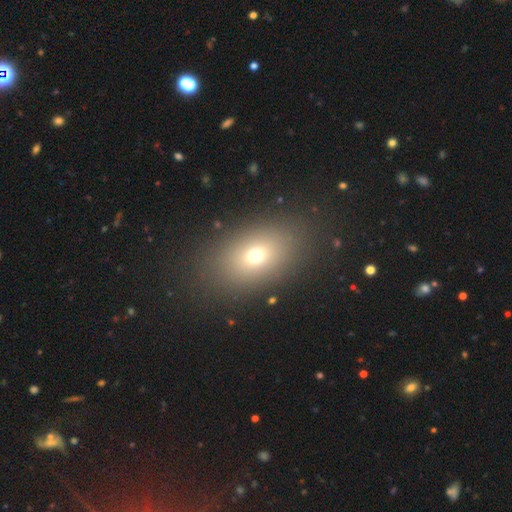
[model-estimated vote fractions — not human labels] A smooth galaxy with no disk features (68%) that is in between round and cigar-shaped (76%). Merging: none (84%).